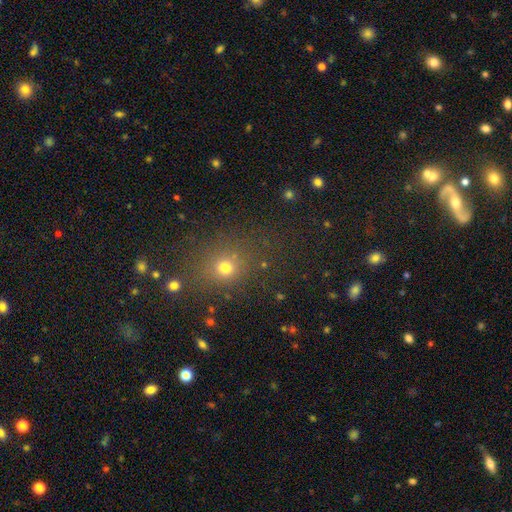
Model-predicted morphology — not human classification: type=smooth (53%); roundness=round (74%); merging=none (83%).